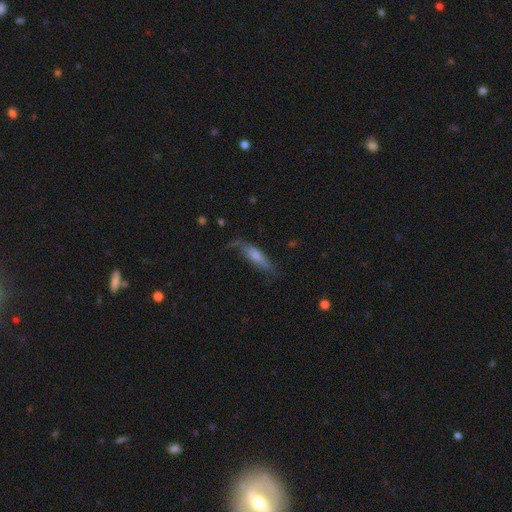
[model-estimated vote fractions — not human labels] The model was most divided on "how rounded": cigar-shaped: 56%, in between: 42%, round: 2%. More confident: smooth or featured — smooth (67%); merging — none (52%).